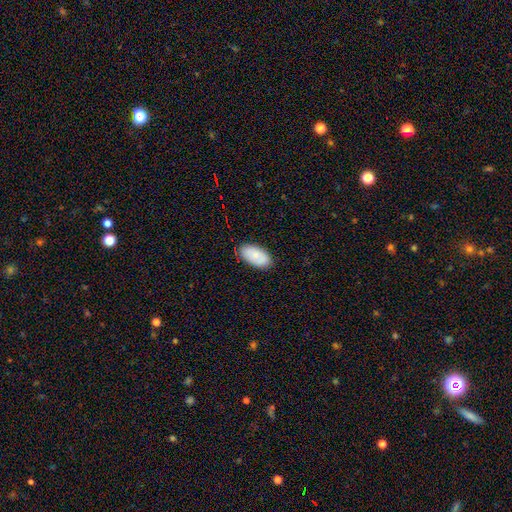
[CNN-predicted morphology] This appears to be a smooth galaxy with no disk features (82%) that is in between round and cigar-shaped (96%). Merging: none (85%).